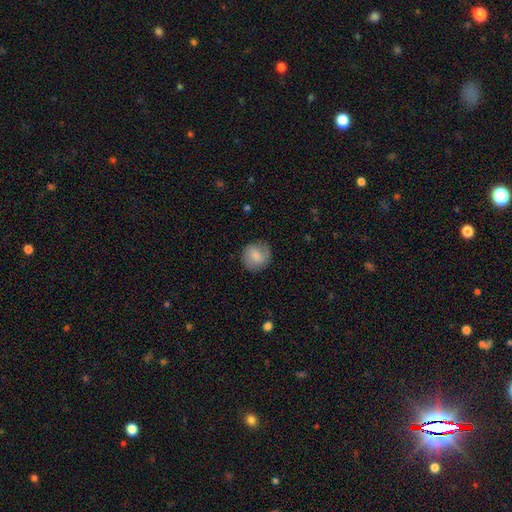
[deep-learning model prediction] Q: Smooth or featured?
A: smooth (76%); runner-up: featured or disk (17%)
Q: How rounded?
A: round (87%); runner-up: in between (12%)
Q: Merging?
A: none (79%); runner-up: minor disturbance (15%)